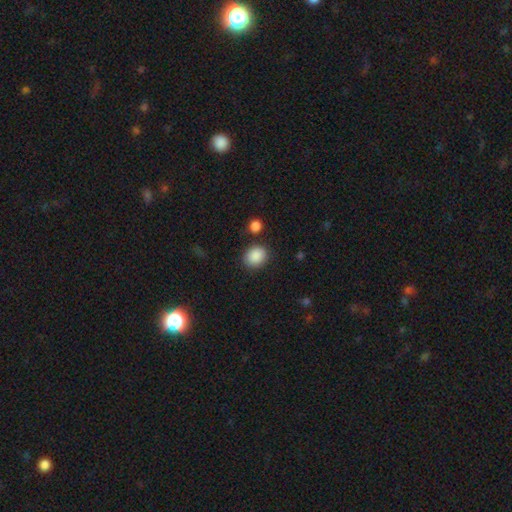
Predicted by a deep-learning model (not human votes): The model was most divided on "how rounded": round: 53%, in between: 46%, cigar-shaped: 1%. More confident: smooth or featured — smooth (88%); merging — none (81%).